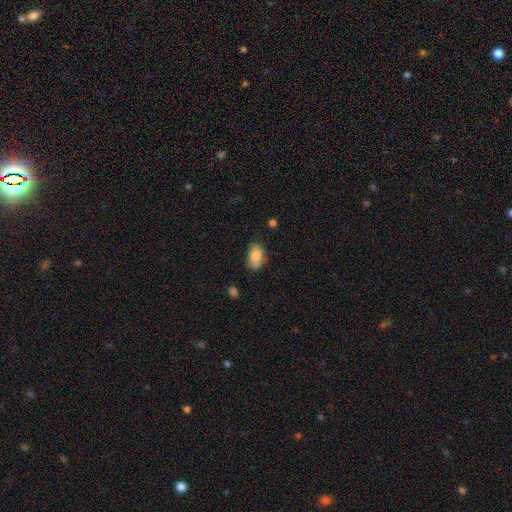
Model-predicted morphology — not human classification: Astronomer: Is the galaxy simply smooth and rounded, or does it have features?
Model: smooth — 79%.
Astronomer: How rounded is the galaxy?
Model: in between — 91%.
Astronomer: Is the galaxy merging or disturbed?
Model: none — 72%.